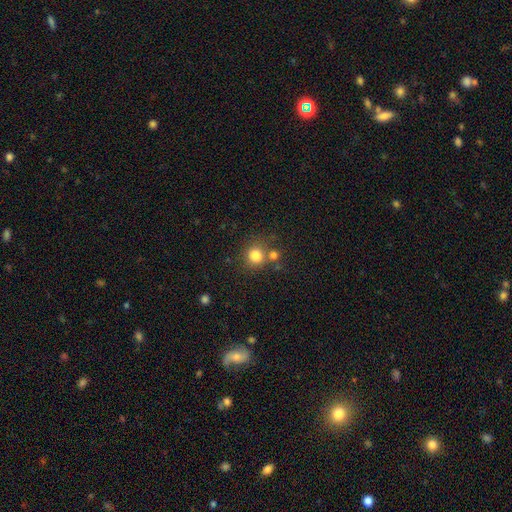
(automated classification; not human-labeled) This is likely a smooth galaxy (80%). How rounded: clearly round (88%). Merging: likely none (64%).